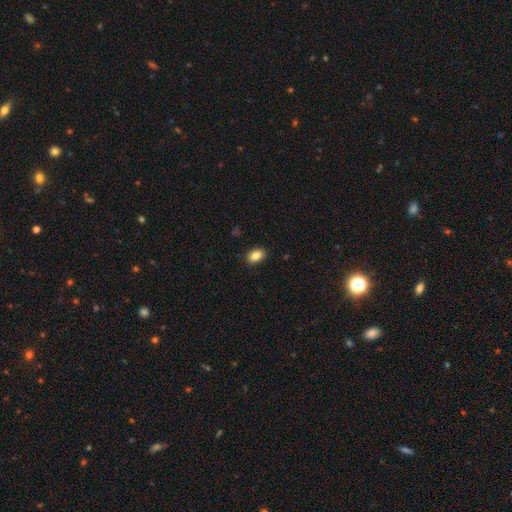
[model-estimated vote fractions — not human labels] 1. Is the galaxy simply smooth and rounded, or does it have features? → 86% smooth, 9% star or artifact, 5% featured or disk.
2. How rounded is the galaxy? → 83% in between, 15% round, 1% cigar-shaped.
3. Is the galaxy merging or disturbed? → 89% none, 8% minor disturbance, 2% major disturbance, 1% merger.